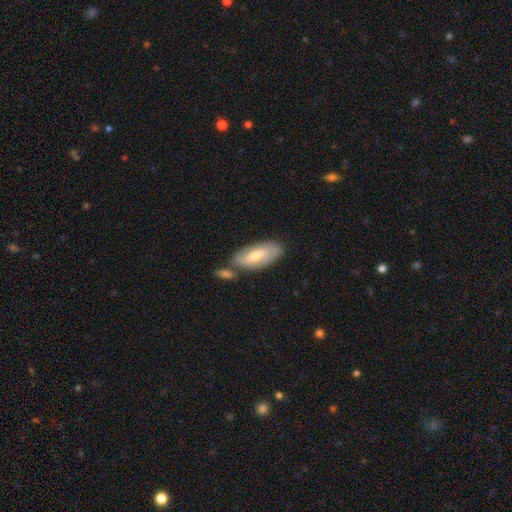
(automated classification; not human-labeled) featured or disk 52%, smooth 40%, star or artifact 7%. Down the decision tree: edge-on disk — no (84%); merging — none (59%).